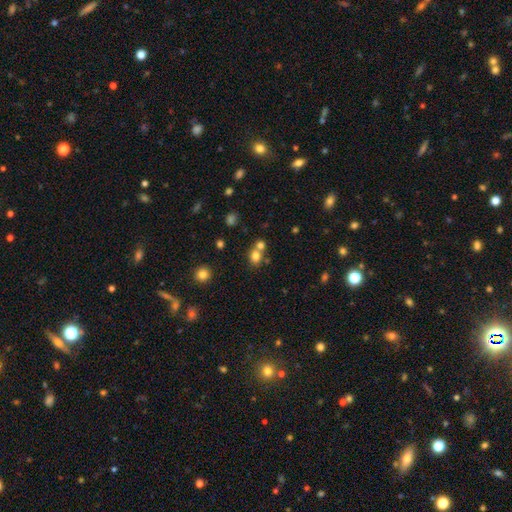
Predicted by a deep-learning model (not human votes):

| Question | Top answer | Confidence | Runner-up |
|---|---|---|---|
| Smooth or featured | smooth | 76% | star or artifact (14%) |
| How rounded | round | 68% | in between (31%) |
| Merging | none | 47% | merger (43%) |